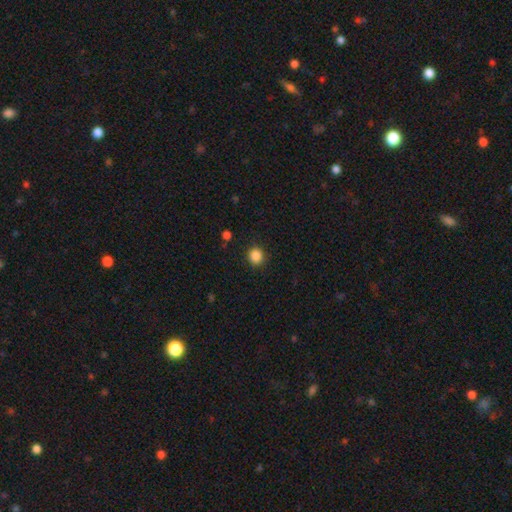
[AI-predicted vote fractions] Smooth or featured? Predicted: smooth (p=0.87). How rounded? Predicted: round (p=0.89). Merging? Predicted: none (p=0.90).